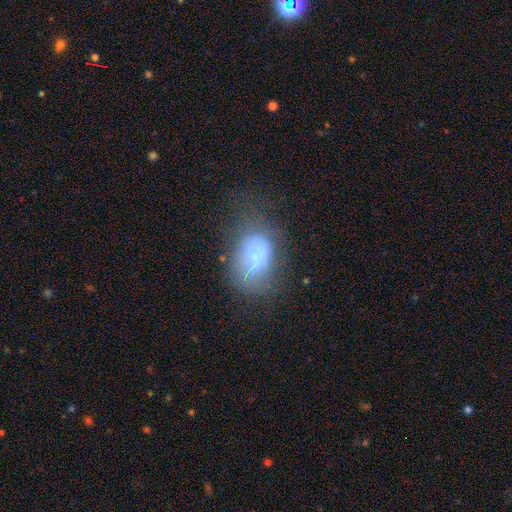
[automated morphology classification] This appears to be a smooth galaxy with no disk features (67%) that is in between round and cigar-shaped (80%). Merging: none (38%).